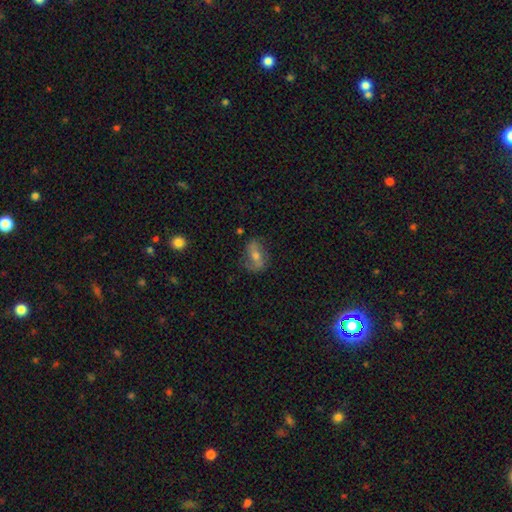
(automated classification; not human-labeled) Smooth or featured? Predicted: featured or disk (p=0.58). Edge-on disk? Predicted: no (p=0.90). Bar? Predicted: strong (p=0.40). Spiral arms? Predicted: yes (p=0.76). Bulge size? Predicted: moderate (p=0.53). Merging? Predicted: none (p=0.71).